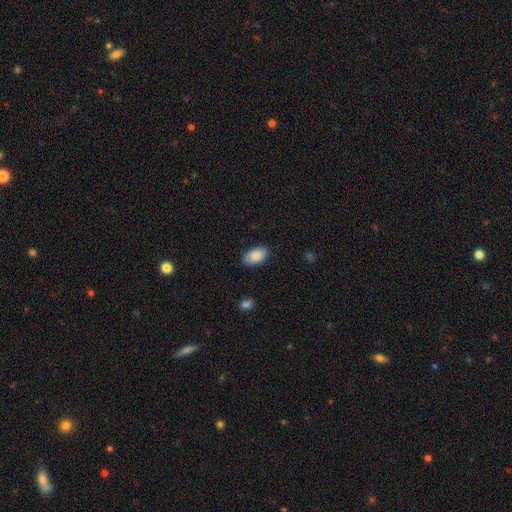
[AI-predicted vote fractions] The model was most divided on "merging": none: 86%, minor disturbance: 11%, major disturbance: 2%, merger: 1%. More confident: how rounded — in between (94%); smooth or featured — smooth (88%).